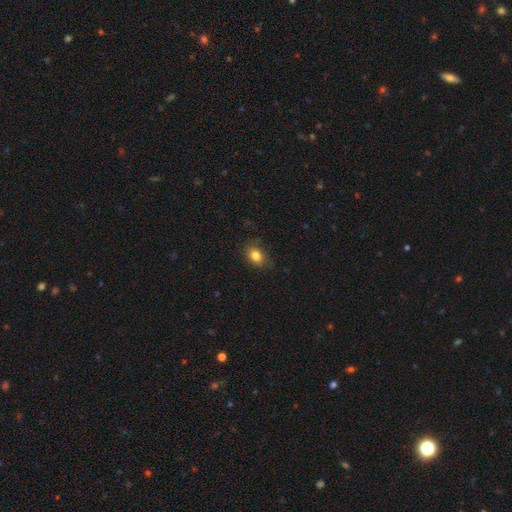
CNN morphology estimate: Smooth or featured? Predicted: smooth (p=0.82). How rounded? Predicted: in between (p=0.59). Merging? Predicted: none (p=0.79).